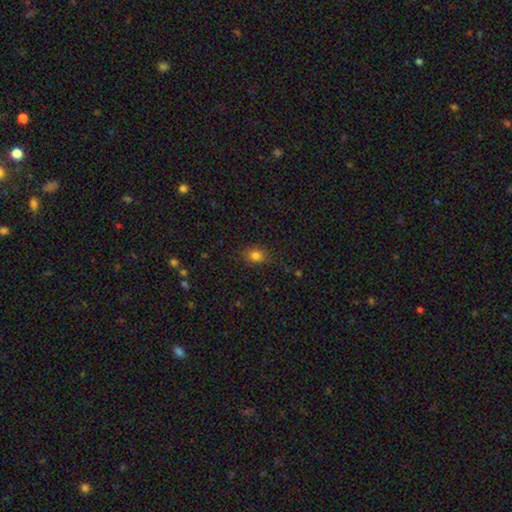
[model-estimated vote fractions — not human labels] Smooth or featured: smooth — 81% (star or artifact — 13%)
How rounded: in between — 53% (round — 46%)
Merging: none — 83% (minor disturbance — 12%)